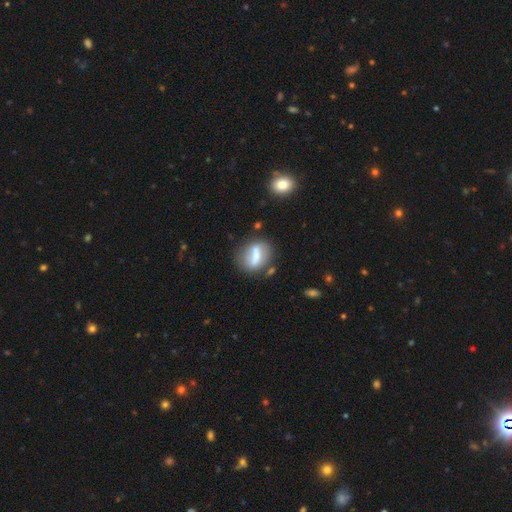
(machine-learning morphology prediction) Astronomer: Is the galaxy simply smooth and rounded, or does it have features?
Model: smooth — 48% (runner-up: featured or disk, 43%).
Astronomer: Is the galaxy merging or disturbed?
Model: none — 66%.